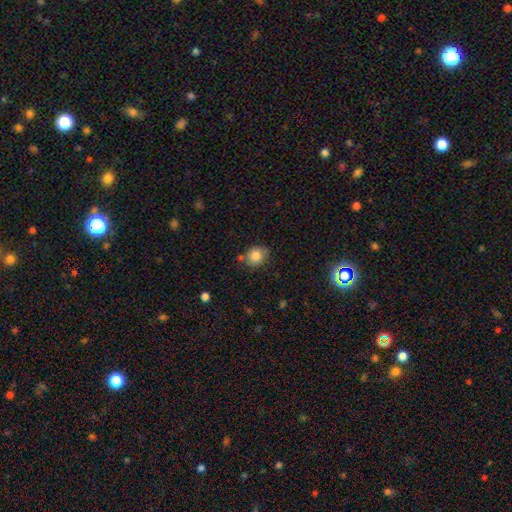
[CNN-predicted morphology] smooth-or-featured: smooth: 84% | star or artifact: 10% | featured or disk: 6%
  how-rounded: round: 72% | in between: 27% | cigar-shaped: 1%
  merging: none: 72% | minor disturbance: 17% | merger: 7% | major disturbance: 4%